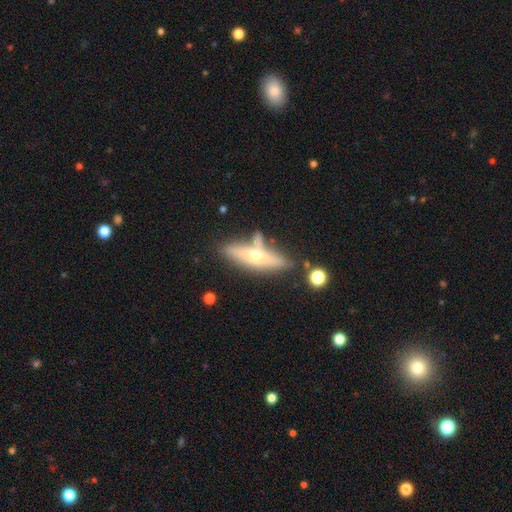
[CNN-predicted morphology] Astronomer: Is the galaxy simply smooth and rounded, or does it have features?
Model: featured or disk — 56% (runner-up: smooth, 36%).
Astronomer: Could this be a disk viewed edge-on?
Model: yes — 85%.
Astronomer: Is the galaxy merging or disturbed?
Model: none — 63%.